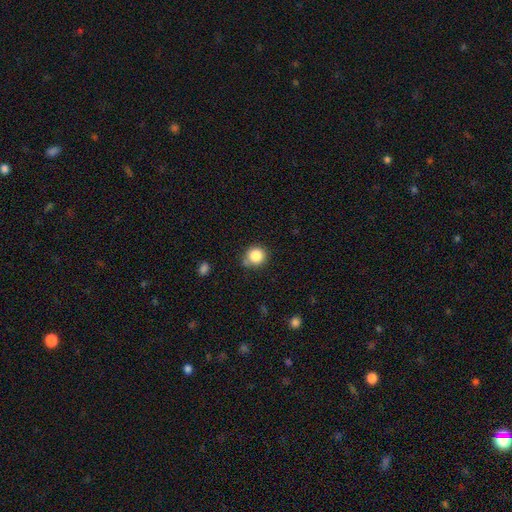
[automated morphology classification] smooth 85%, star or artifact 10%, featured or disk 5%. Down the decision tree: how rounded — round (90%); merging — none (71%).